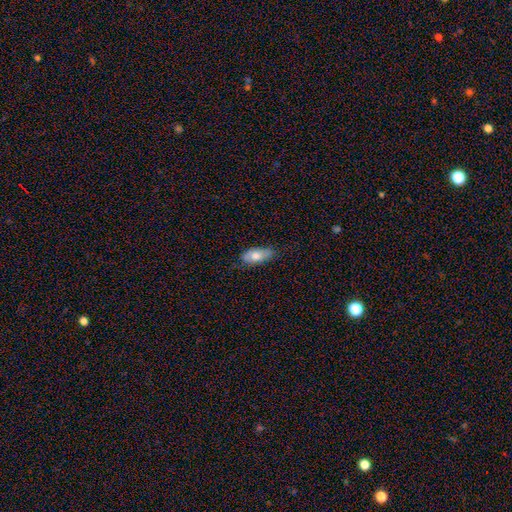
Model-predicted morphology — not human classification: The model was most divided on "smooth or featured": smooth: 74%, featured or disk: 19%, star or artifact: 6%. More confident: how rounded — in between (87%); merging — none (75%).